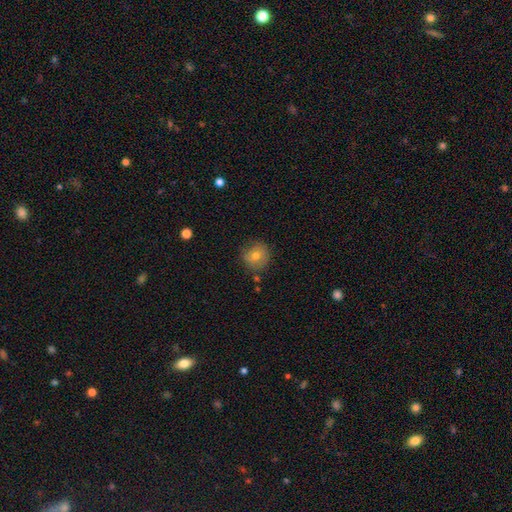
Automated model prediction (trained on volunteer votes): A smooth galaxy with no disk features (70%) that is round (90%). Merging: none (80%).